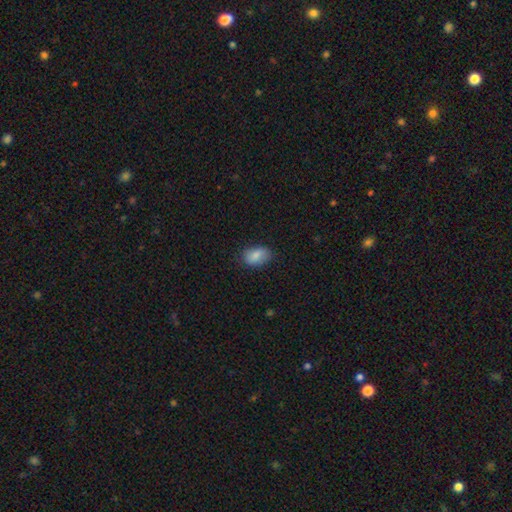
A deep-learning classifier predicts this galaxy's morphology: A smooth galaxy with no disk features (84%) that is in between round and cigar-shaped (89%). Merging: none (74%).